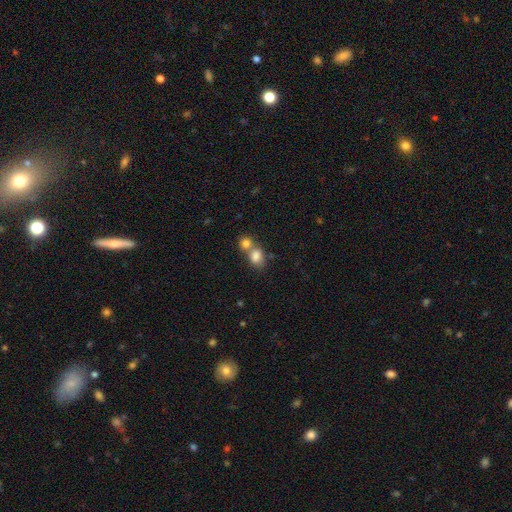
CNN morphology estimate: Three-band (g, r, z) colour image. It shows a smooth galaxy with no disk features (81%) that is in between round and cigar-shaped (56%). Merging: merger (57%).